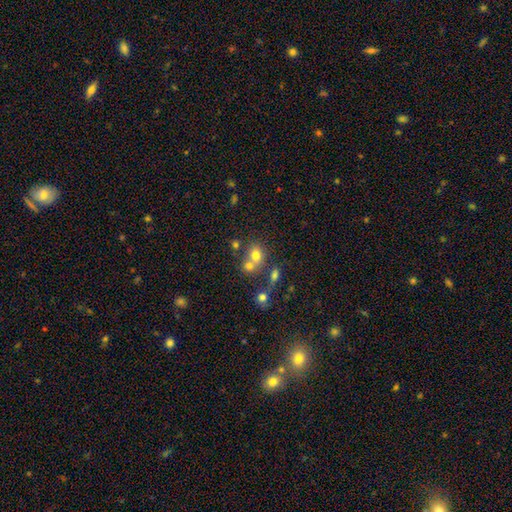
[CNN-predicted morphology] Smooth or featured? smooth (71%)
How rounded? round (59%)
Merging? merger (47%)